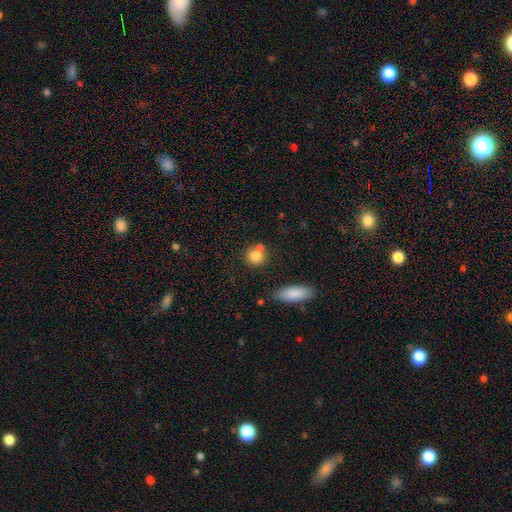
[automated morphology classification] This is likely a smooth galaxy (79%). How rounded: clearly round (81%). Merging: possibly none (58%).